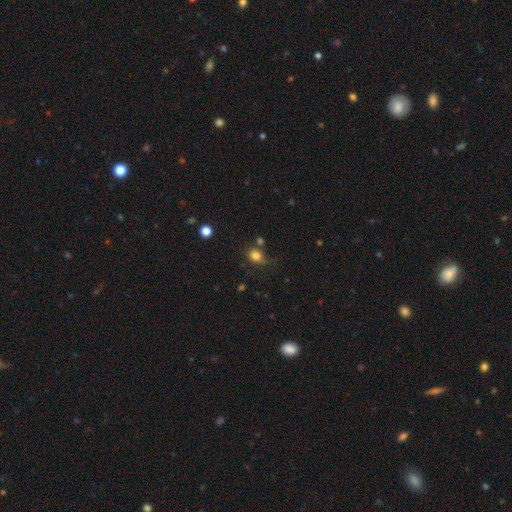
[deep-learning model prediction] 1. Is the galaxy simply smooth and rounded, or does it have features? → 81% smooth, 12% star or artifact, 8% featured or disk.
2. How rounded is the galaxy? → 55% round, 44% in between, 1% cigar-shaped.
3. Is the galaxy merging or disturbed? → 57% none, 25% minor disturbance, 10% major disturbance, 8% merger.